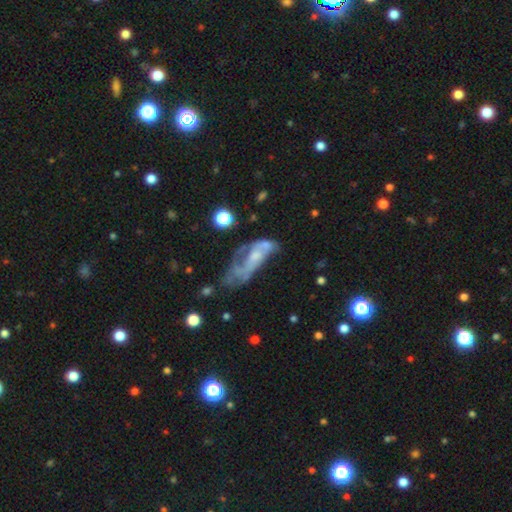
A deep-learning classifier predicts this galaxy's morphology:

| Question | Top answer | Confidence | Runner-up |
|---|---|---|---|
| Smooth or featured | featured or disk | 61% | smooth (27%) |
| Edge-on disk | no | 87% | yes (13%) |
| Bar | no | 68% | weak (24%) |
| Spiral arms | yes | 58% | no (42%) |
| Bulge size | small | 40% | moderate (28%) |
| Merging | major disturbance | 38% | none (26%) |